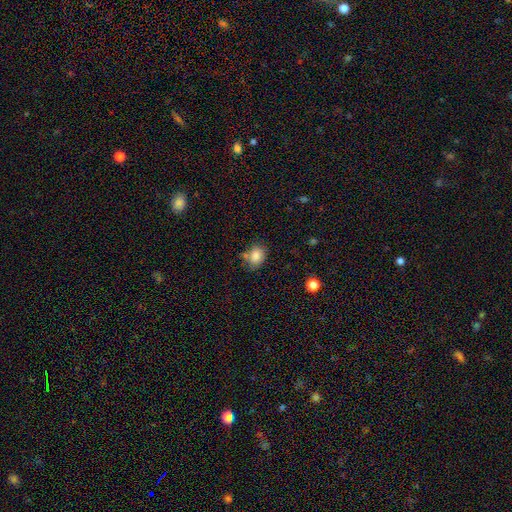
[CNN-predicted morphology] type=smooth (83%); roundness=in between (56%); merging=none (65%).